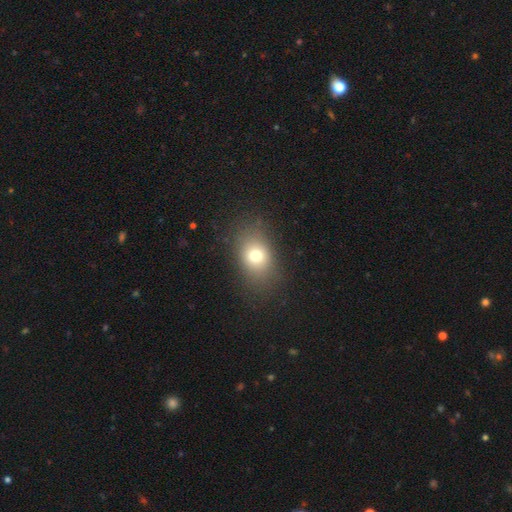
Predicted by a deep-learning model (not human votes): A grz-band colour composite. It shows a smooth galaxy with no disk features (74%) that is in between round and cigar-shaped (70%). Merging: none (81%).